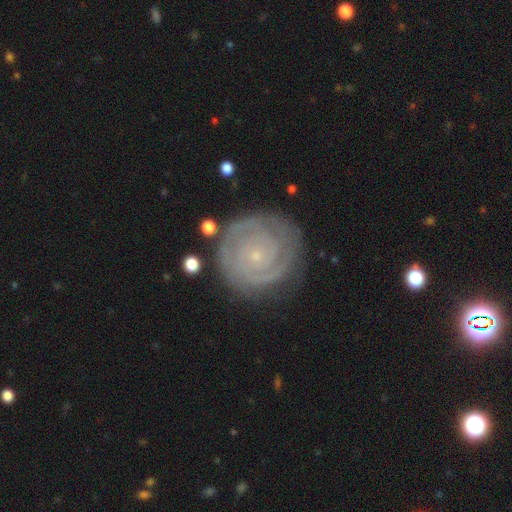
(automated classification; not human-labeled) Smooth or featured?
  - featured or disk: 84% *
  - smooth: 10%
  - star or artifact: 6%
Edge-on disk?
  - no: 98% *
  - yes: 2%
Bar?
  - no: 83% *
  - weak: 13%
  - strong: 4%
Spiral arms?
  - yes: 96% *
  - no: 4%
Spiral winding?
  - tight: 85% *
  - medium: 12%
  - loose: 3%
Spiral arm count?
  - 2: 38% *
  - can't tell: 23%
  - 3: 18%
  - 4: 9%
  - 1: 6%
  - more than 4: 6%
Bulge size?
  - small: 89% *
  - moderate: 7%
  - none: 3%
  - large: 1%
  - dominant: 1%
Merging?
  - none: 81% *
  - minor disturbance: 13%
  - major disturbance: 4%
  - merger: 2%